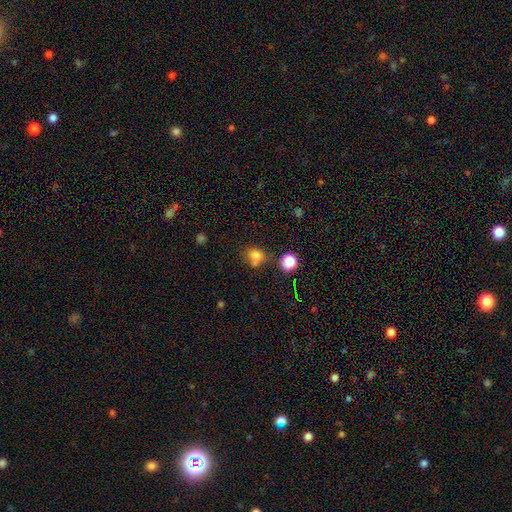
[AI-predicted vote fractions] Smooth or featured: smooth — 76% (star or artifact — 16%)
How rounded: round — 73% (in between — 26%)
Merging: none — 59% (merger — 21%)